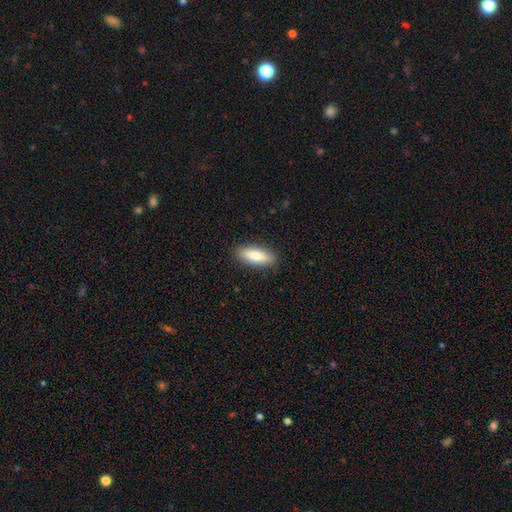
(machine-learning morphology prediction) This is likely a smooth galaxy (79%). How rounded: likely in between (60%). Merging: clearly none (88%).